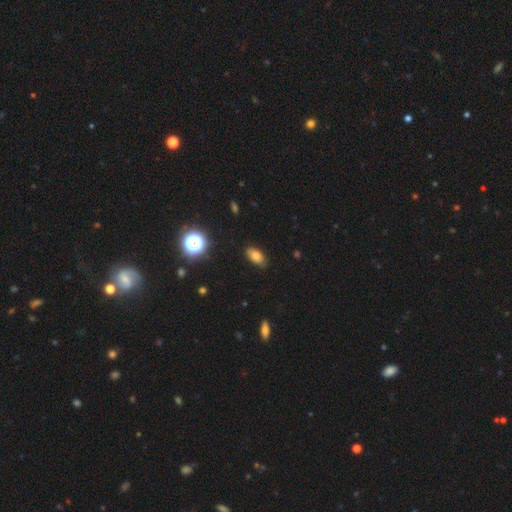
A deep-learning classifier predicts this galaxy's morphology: This appears to be a smooth galaxy with no disk features (76%) that is in between round and cigar-shaped (89%). Merging: none (83%).